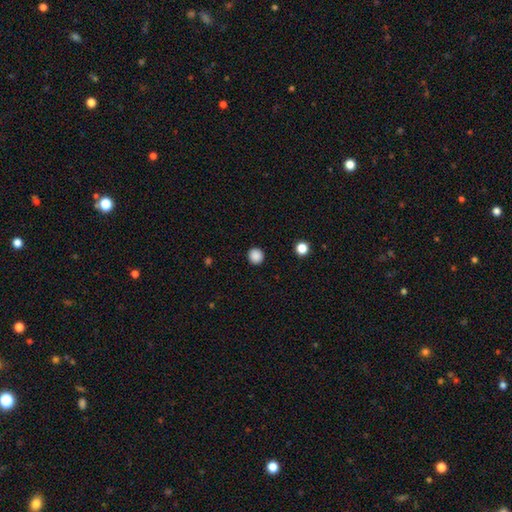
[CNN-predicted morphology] Q: Smooth or featured?
A: smooth (88%); runner-up: star or artifact (10%)
Q: How rounded?
A: round (94%); runner-up: in between (5%)
Q: Merging?
A: none (93%); runner-up: minor disturbance (5%)